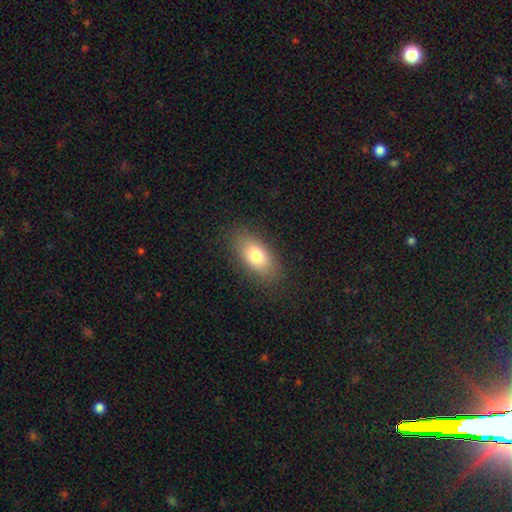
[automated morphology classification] Smooth or featured: smooth — 78% (featured or disk — 14%)
How rounded: in between — 87% (cigar-shaped — 7%)
Merging: none — 85% (minor disturbance — 11%)